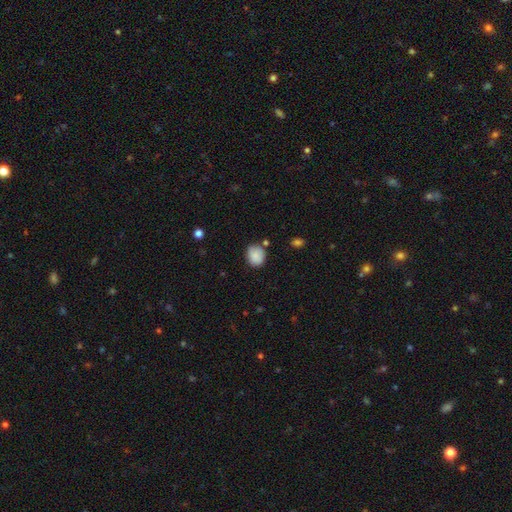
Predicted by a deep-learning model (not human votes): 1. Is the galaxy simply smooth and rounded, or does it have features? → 86% smooth, 8% star or artifact, 6% featured or disk.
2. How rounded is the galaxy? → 69% round, 30% in between, 1% cigar-shaped.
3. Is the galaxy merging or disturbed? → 72% none, 18% minor disturbance, 6% merger, 4% major disturbance.